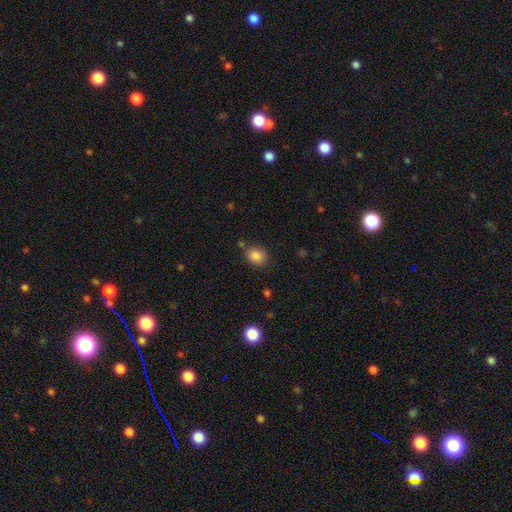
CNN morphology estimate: The model was most divided on "how rounded": round: 56%, in between: 44%, cigar-shaped: 1%. More confident: smooth or featured — smooth (85%); merging — none (75%).